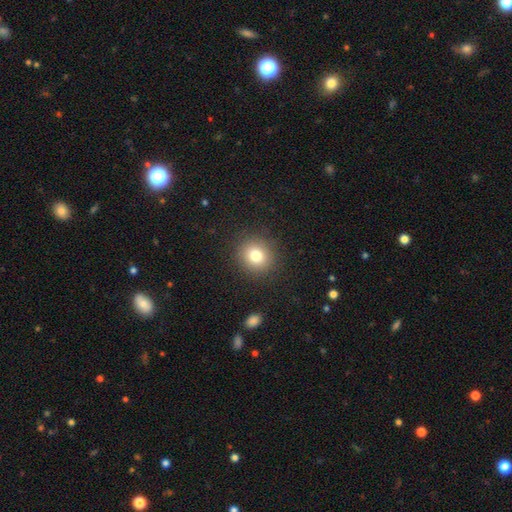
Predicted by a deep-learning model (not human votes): smooth_or_featured: smooth (p=0.79) [alt: star or artifact p=0.12]
how_rounded: round (p=0.85) [alt: in between p=0.14]
merging: none (p=0.89) [alt: minor disturbance p=0.07]